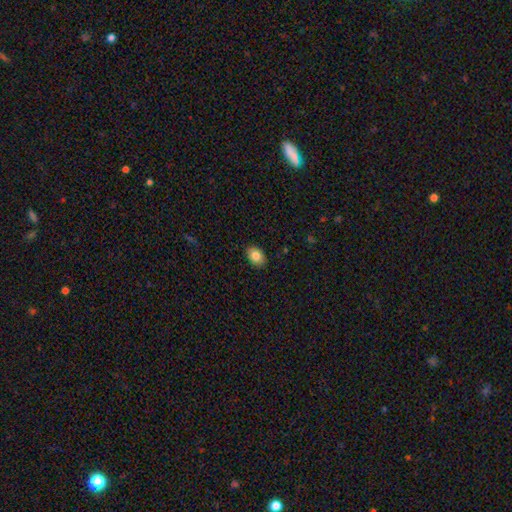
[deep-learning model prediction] Overall: smooth (83%). How rounded: in between (80%). Merging: none (89%).